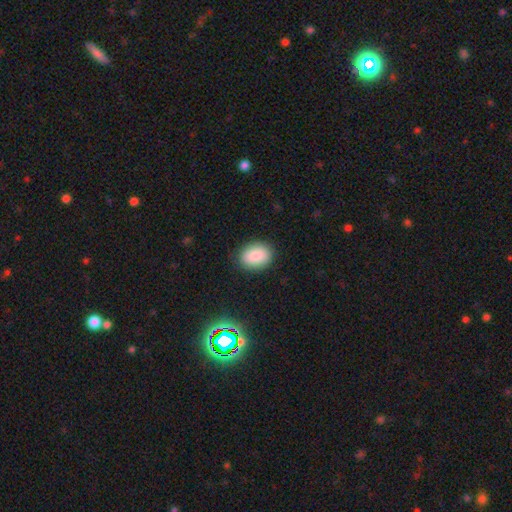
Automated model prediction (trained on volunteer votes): This is clearly a smooth galaxy (87%). How rounded: likely in between (69%). Merging: clearly none (87%).